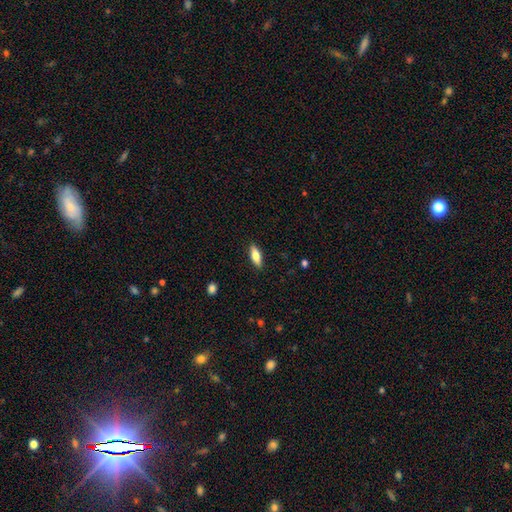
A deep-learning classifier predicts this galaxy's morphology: Smooth or featured? smooth (72%)
How rounded? in between (63%)
Merging? none (89%)